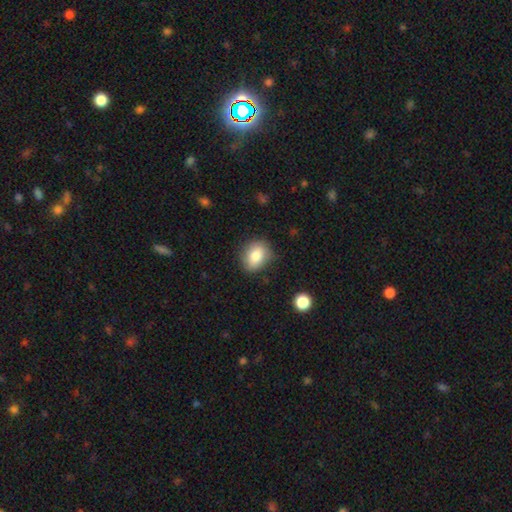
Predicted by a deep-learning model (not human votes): Q: Smooth or featured?
A: smooth (82%); runner-up: featured or disk (9%)
Q: How rounded?
A: in between (55%); runner-up: round (44%)
Q: Merging?
A: none (79%); runner-up: minor disturbance (16%)